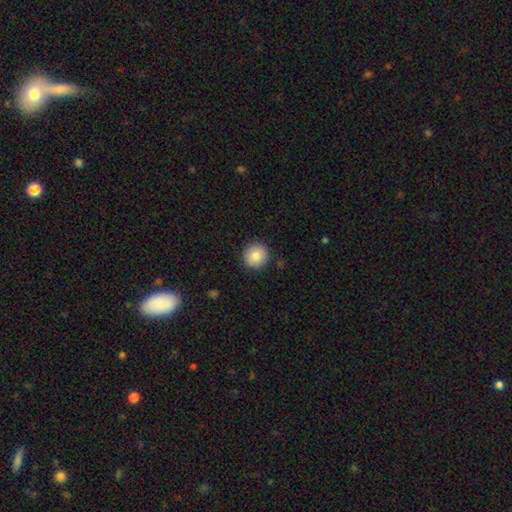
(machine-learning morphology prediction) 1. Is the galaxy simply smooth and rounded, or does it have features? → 84% smooth, 8% star or artifact, 8% featured or disk.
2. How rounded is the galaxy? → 93% round, 7% in between, 1% cigar-shaped.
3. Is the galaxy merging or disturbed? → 90% none, 7% minor disturbance, 2% major disturbance, 1% merger.